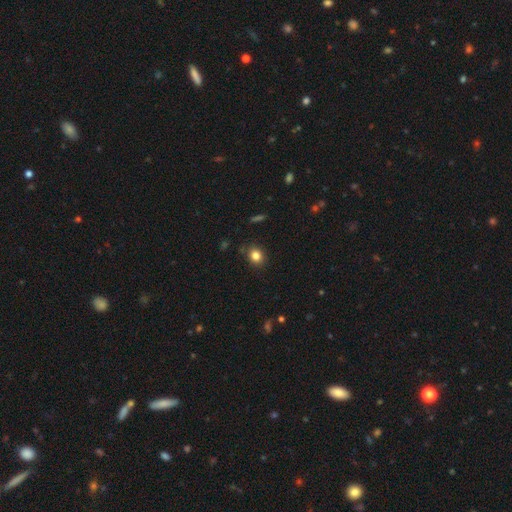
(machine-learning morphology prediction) smooth-or-featured: smooth: 83% | star or artifact: 11% | featured or disk: 6%
  how-rounded: round: 68% | in between: 31% | cigar-shaped: 1%
  merging: none: 85% | minor disturbance: 11% | major disturbance: 2% | merger: 1%